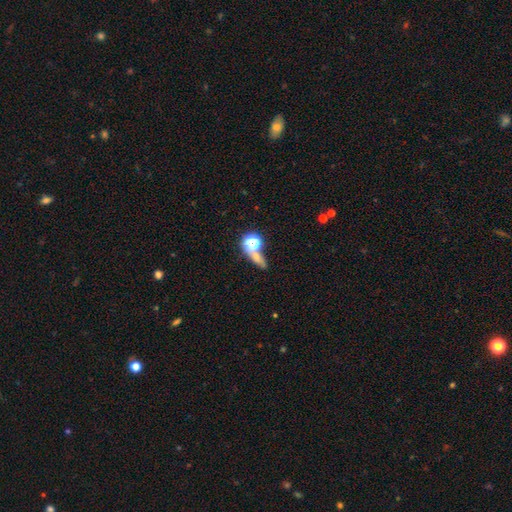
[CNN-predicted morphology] Smooth or featured: smooth — 49% (star or artifact — 33%)
Merging: none — 50% (merger — 28%)